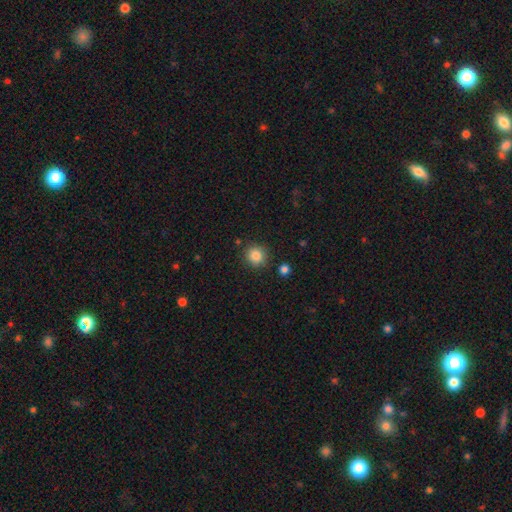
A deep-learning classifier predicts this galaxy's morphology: Overall: smooth (84%). How rounded: round (89%). Merging: none (87%).